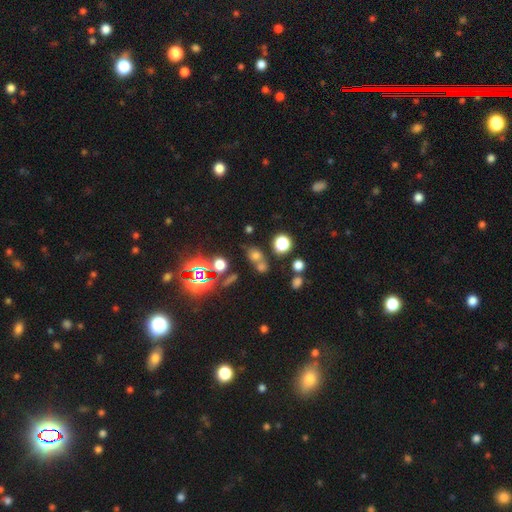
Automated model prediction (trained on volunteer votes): smooth 55%, star or artifact 33%, featured or disk 11%. Down the decision tree: how rounded — round (61%); merging — none (49%).